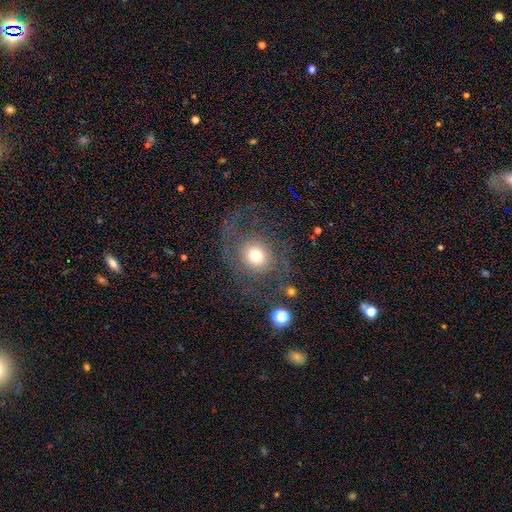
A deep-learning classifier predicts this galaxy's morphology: type=smooth (48%); merging=none (56%).